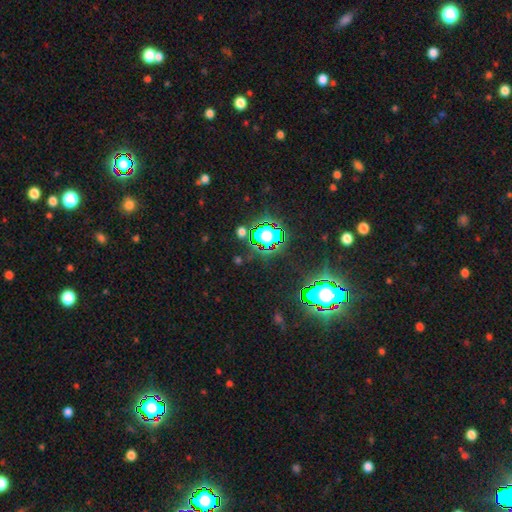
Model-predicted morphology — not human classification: This appears to be a star or artifact, not a galaxy (83%).